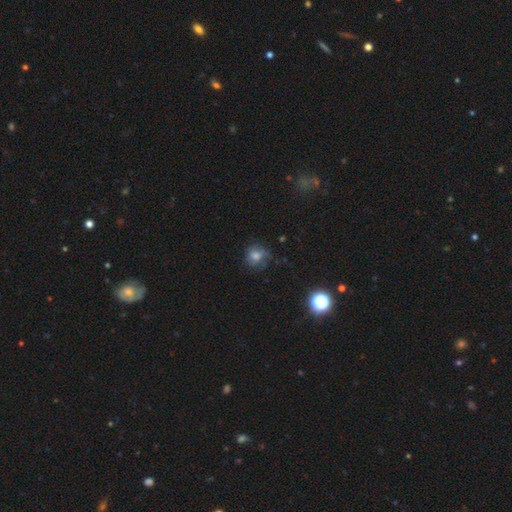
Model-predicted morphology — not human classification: Overall: smooth (63%). How rounded: round (78%). Merging: none (62%; minor disturbance 24%).